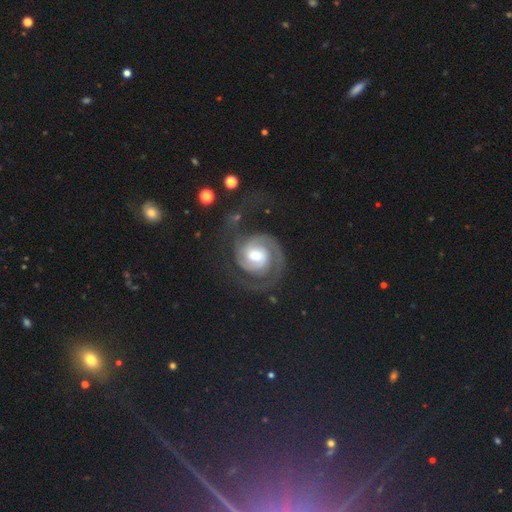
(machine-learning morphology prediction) A featured or disk galaxy (87%) with no bar (52%), 2 (68%) tight (60%) spiral arms (97%) and a moderate central bulge (53%).

Vote fractions:
- Smooth or featured? featured or disk: 87% / smooth: 8% / star or artifact: 5%
- Edge-on disk? no: 98% / yes: 2%
- Bar? no: 52% / weak: 38% / strong: 10%
- Spiral arms? yes: 97% / no: 3%
- Spiral winding? tight: 60% / medium: 31% / loose: 8%
- Spiral arm count? 2: 68% / 1: 14% / can't tell: 7% / 3: 6% / 4: 2% / more than 4: 2%
- Bulge size? moderate: 53% / large: 30% / small: 11% / dominant: 3% / none: 2%
- Merging? none: 60% / major disturbance: 21% / minor disturbance: 16% / merger: 3%